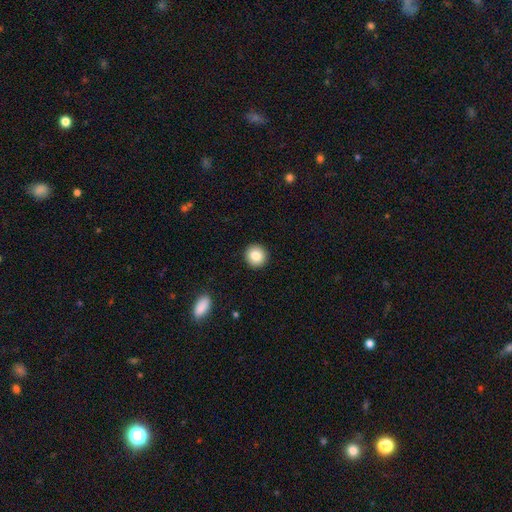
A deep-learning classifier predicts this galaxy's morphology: Q: Smooth or featured?
A: smooth (85%); runner-up: star or artifact (9%)
Q: How rounded?
A: round (93%); runner-up: in between (6%)
Q: Merging?
A: none (93%); runner-up: minor disturbance (5%)